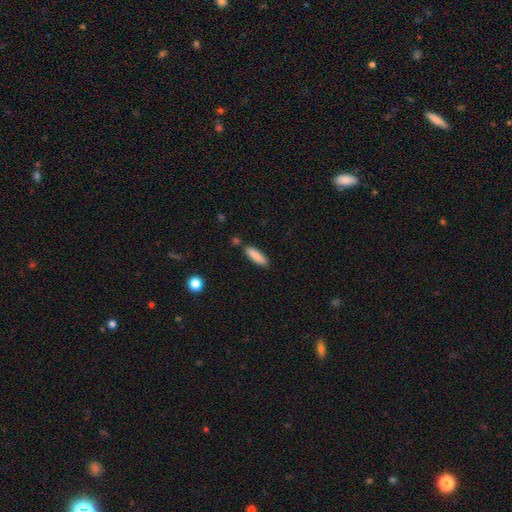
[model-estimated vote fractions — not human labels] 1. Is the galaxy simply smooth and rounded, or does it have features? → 86% smooth, 8% featured or disk, 6% star or artifact.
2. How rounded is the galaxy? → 60% cigar-shaped, 38% in between, 2% round.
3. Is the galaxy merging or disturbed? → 82% none, 11% minor disturbance, 5% merger, 2% major disturbance.